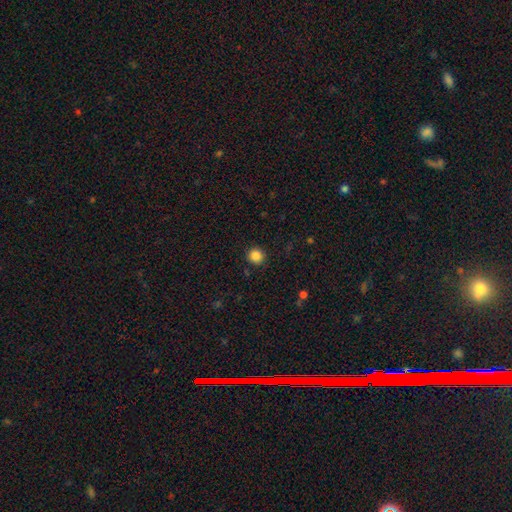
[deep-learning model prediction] A smooth galaxy with no disk features (86%) that is round (93%). Merging: none (91%).